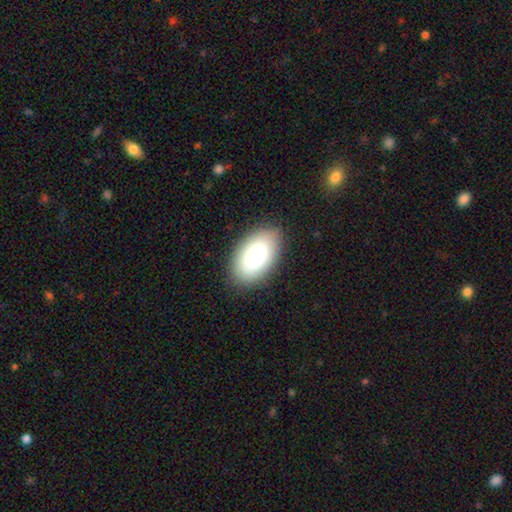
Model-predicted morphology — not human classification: The model was most divided on "smooth or featured": smooth: 84%, featured or disk: 9%, star or artifact: 7%. More confident: how rounded — in between (95%); merging — none (86%).